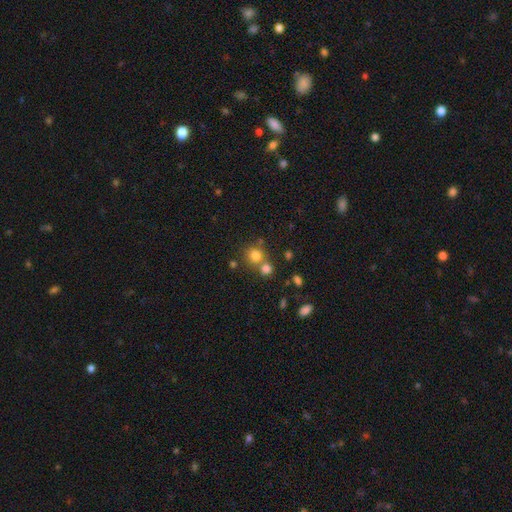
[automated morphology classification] smooth-or-featured: smooth: 78% | star or artifact: 15% | featured or disk: 7%
  how-rounded: round: 88% | in between: 11% | cigar-shaped: 1%
  merging: none: 58% | merger: 31% | minor disturbance: 7% | major disturbance: 3%